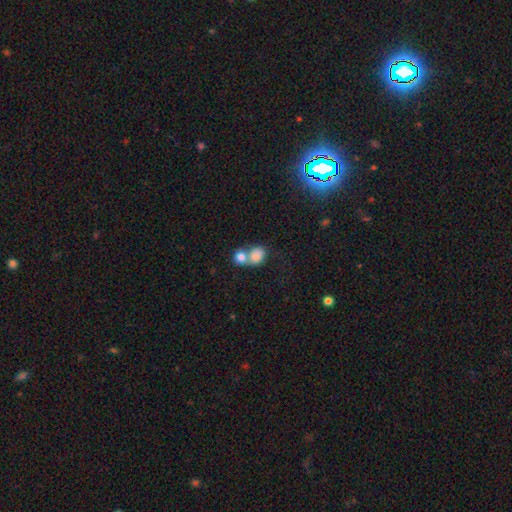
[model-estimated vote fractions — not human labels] Smooth or featured: smooth — 79% (featured or disk — 12%)
How rounded: round — 59% (in between — 40%)
Merging: merger — 66% (none — 23%)